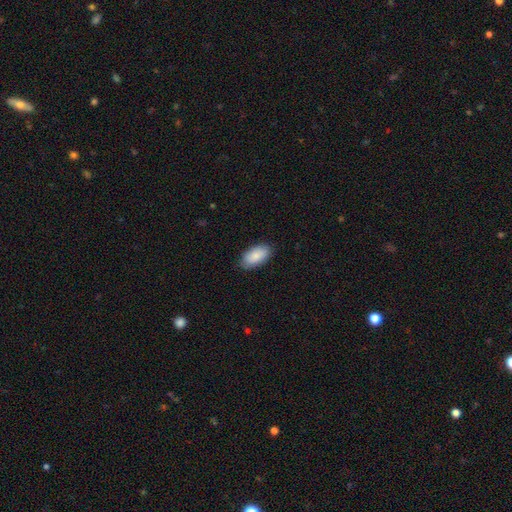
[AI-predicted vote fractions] smooth 88%, featured or disk 7%, star or artifact 6%. Down the decision tree: how rounded — in between (95%); merging — none (84%).